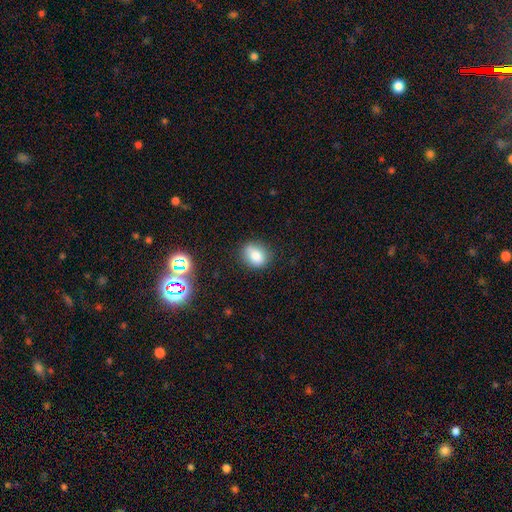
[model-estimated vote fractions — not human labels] Overall: smooth (81%). How rounded: round (56%; in between 42%). Merging: none (79%).